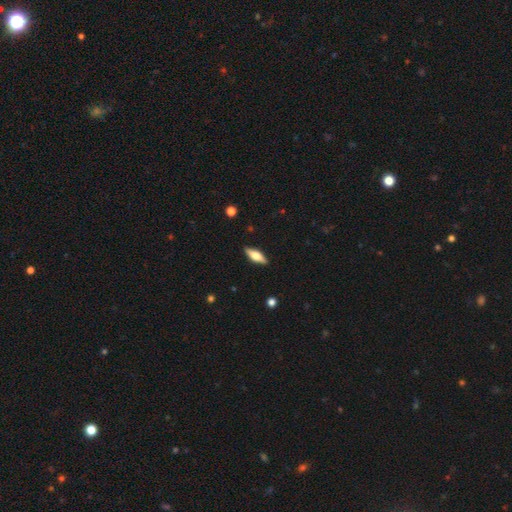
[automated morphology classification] The model was most divided on "smooth or featured" (2-way tie): featured or disk: 47%, smooth: 47%, star or artifact: 6%. More confident: merging — none (89%).